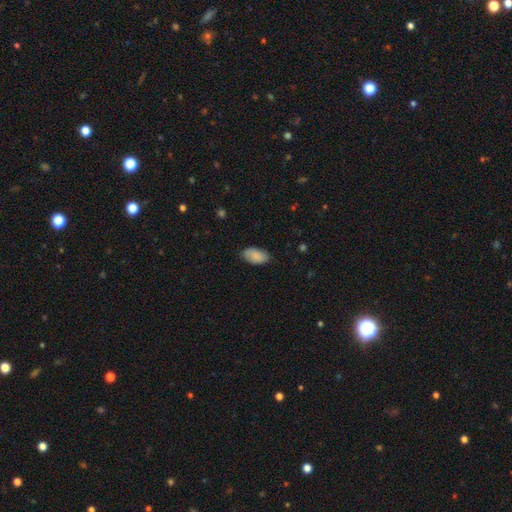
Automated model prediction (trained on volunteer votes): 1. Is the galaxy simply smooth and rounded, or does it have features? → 85% smooth, 8% featured or disk, 7% star or artifact.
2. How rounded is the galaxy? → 95% in between, 4% round, 2% cigar-shaped.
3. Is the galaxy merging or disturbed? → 80% none, 16% minor disturbance, 3% major disturbance, 1% merger.